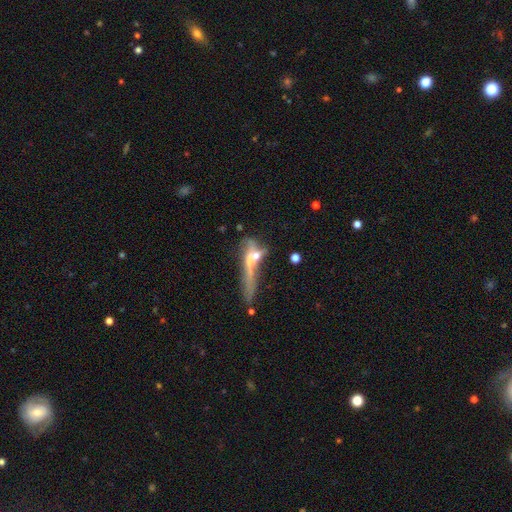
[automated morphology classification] A featured or disk galaxy (53%).

Vote fractions:
- Smooth or featured? featured or disk: 53% / smooth: 35% / star or artifact: 12%
- Edge-on disk? no: 55% / yes: 45%
- Merging? major disturbance: 38% / merger: 27% / none: 20% / minor disturbance: 14%